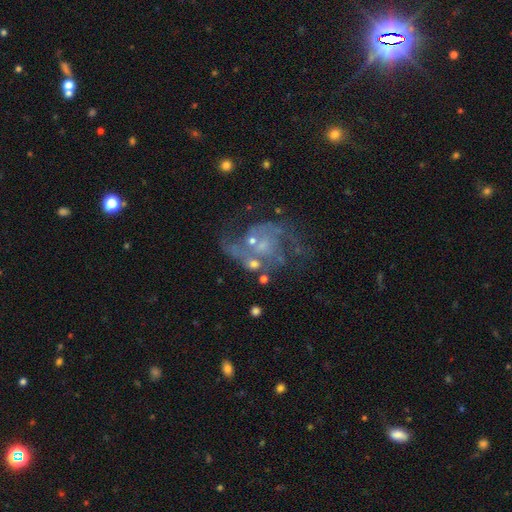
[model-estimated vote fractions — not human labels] smooth-or-featured: featured or disk: 80% | star or artifact: 11% | smooth: 9%
  disk-edge-on: no: 98% | yes: 2%
    bar: no: 66% | weak: 29% | strong: 5%
    has-spiral-arms: yes: 86% | no: 14%
      spiral-winding: medium: 47% | loose: 37% | tight: 16%
      spiral-arm-count: 2: 66% | can't tell: 14% | 3: 8% | 1: 6% | 4: 3% | more than 4: 3%
    bulge-size: small: 55% | moderate: 21% | none: 20% | large: 2% | dominant: 1%
  merging: none: 46% | major disturbance: 24% | minor disturbance: 18% | merger: 13%